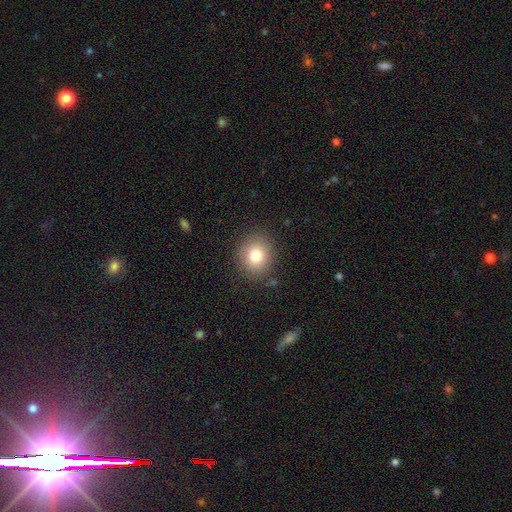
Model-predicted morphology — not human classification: smooth-or-featured: smooth: 78% | star or artifact: 12% | featured or disk: 10%
  how-rounded: round: 76% | in between: 23% | cigar-shaped: 1%
  merging: none: 87% | minor disturbance: 9% | major disturbance: 3% | merger: 1%